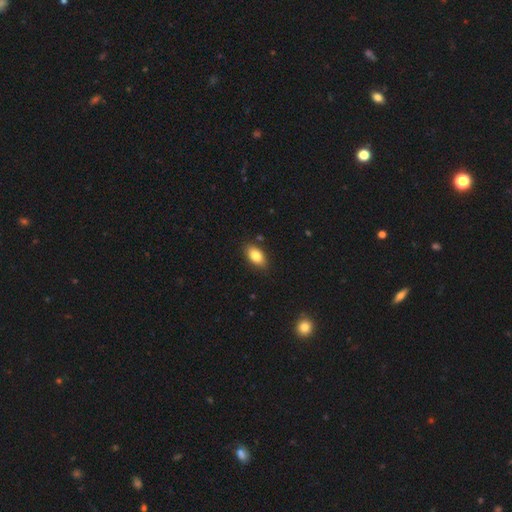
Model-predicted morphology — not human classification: A smooth galaxy with no disk features (82%) that is in between round and cigar-shaped (91%). Merging: none (86%).